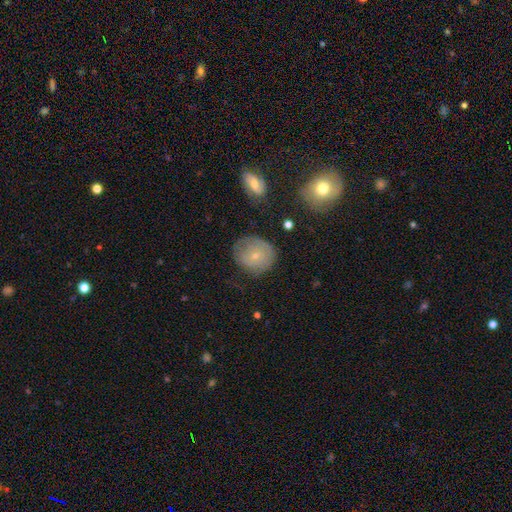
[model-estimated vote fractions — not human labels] smooth-or-featured: smooth: 54% | featured or disk: 37% | star or artifact: 9%
  how-rounded: round: 70% | in between: 29% | cigar-shaped: 1%
  merging: none: 64% | minor disturbance: 24% | major disturbance: 11% | merger: 2%